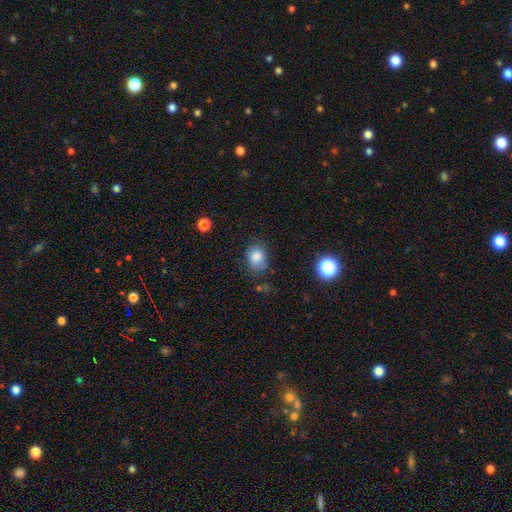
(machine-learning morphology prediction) Smooth or featured? Predicted: smooth (p=0.82). How rounded? Predicted: in between (p=0.56). Merging? Predicted: none (p=0.66).